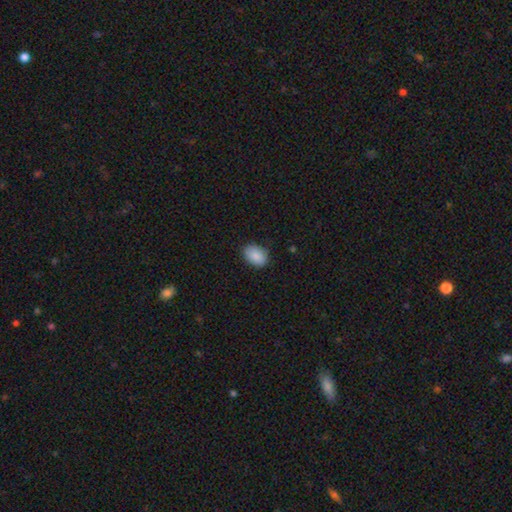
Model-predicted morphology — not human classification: This appears to be a smooth galaxy with no disk features (89%) that is in between round and cigar-shaped (83%). Merging: none (82%).